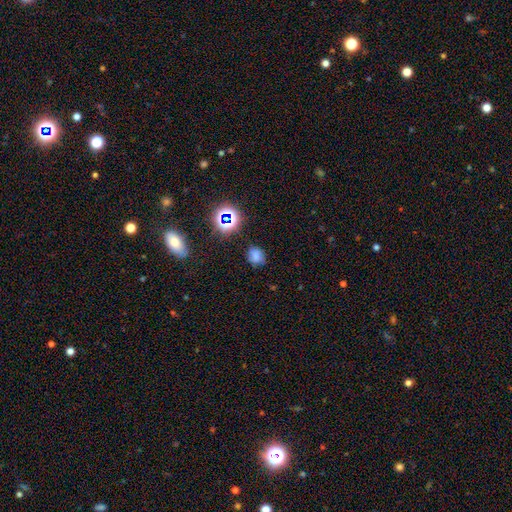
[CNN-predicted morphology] smooth-or-featured: smooth: 60% | star or artifact: 27% | featured or disk: 13%
  how-rounded: round: 58% | in between: 41% | cigar-shaped: 1%
  merging: none: 70% | minor disturbance: 20% | major disturbance: 6% | merger: 3%